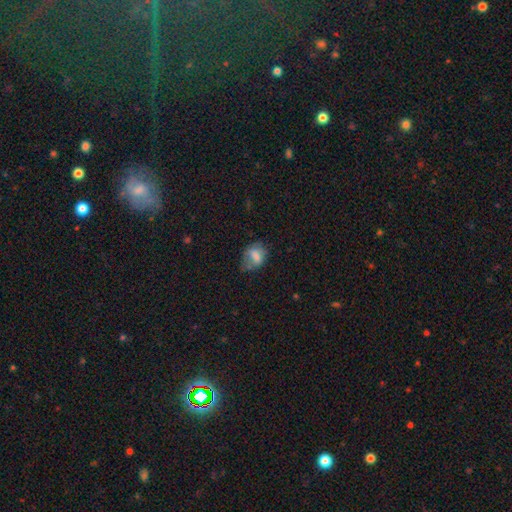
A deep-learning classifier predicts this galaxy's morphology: Overall: smooth (69%). How rounded: in between (69%). Merging: none (43%; minor disturbance 34%).